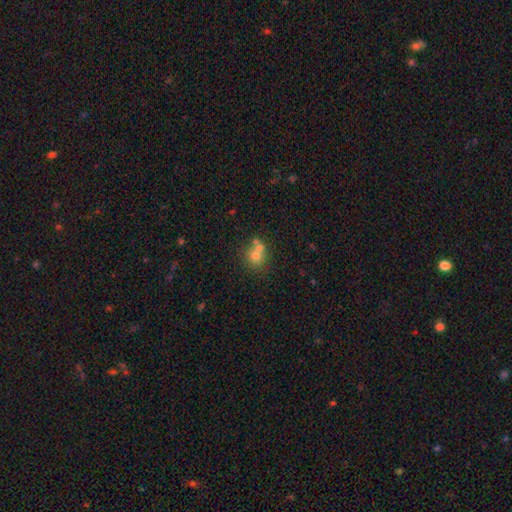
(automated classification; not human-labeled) A smooth galaxy with no disk features (66%) that is round (80%).

Vote fractions:
- Smooth or featured? smooth: 66% / featured or disk: 19% / star or artifact: 14%
- How rounded? round: 80% / in between: 19% / cigar-shaped: 1%
- Merging? merger: 48% / none: 41% / minor disturbance: 8% / major disturbance: 4%